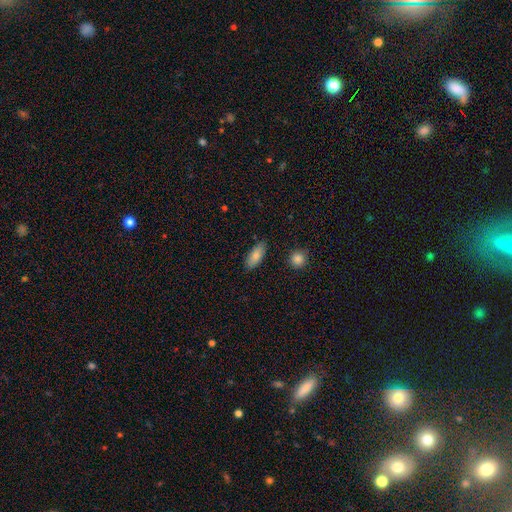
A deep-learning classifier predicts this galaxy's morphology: smooth-or-featured: smooth: 83% | featured or disk: 11% | star or artifact: 7%
  how-rounded: in between: 83% | cigar-shaped: 14% | round: 3%
  merging: none: 84% | minor disturbance: 12% | major disturbance: 2% | merger: 2%